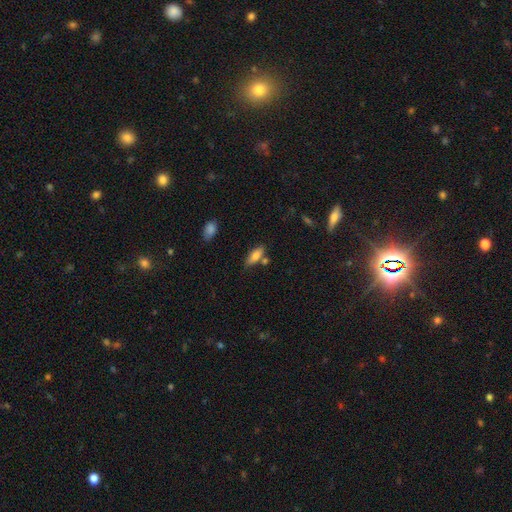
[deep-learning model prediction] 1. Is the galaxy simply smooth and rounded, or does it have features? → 74% smooth, 18% featured or disk, 8% star or artifact.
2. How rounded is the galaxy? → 68% in between, 29% cigar-shaped, 3% round.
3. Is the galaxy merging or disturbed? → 64% none, 18% minor disturbance, 13% merger, 4% major disturbance.